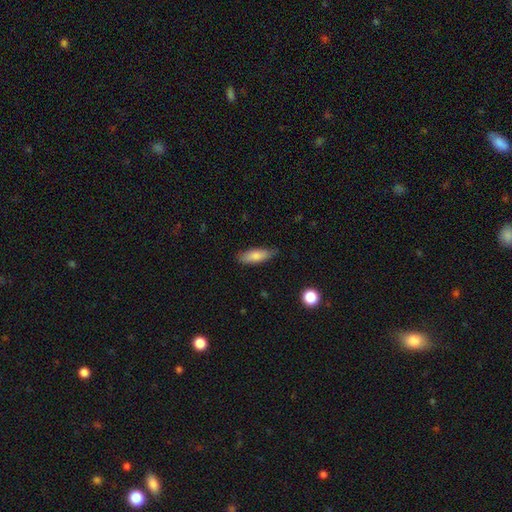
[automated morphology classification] smooth_or_featured: smooth (p=0.79) [alt: featured or disk p=0.15]
how_rounded: in between (p=0.58) [alt: cigar-shaped p=0.39]
merging: none (p=0.76) [alt: minor disturbance p=0.19]